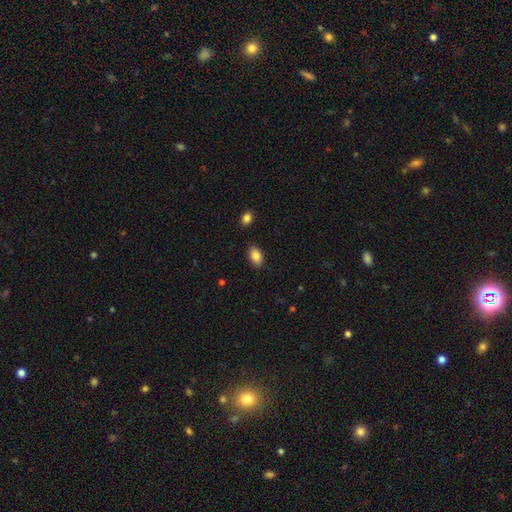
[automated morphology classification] Q: Smooth or featured?
A: smooth (86%); runner-up: star or artifact (8%)
Q: How rounded?
A: in between (90%); runner-up: round (8%)
Q: Merging?
A: none (87%); runner-up: minor disturbance (9%)